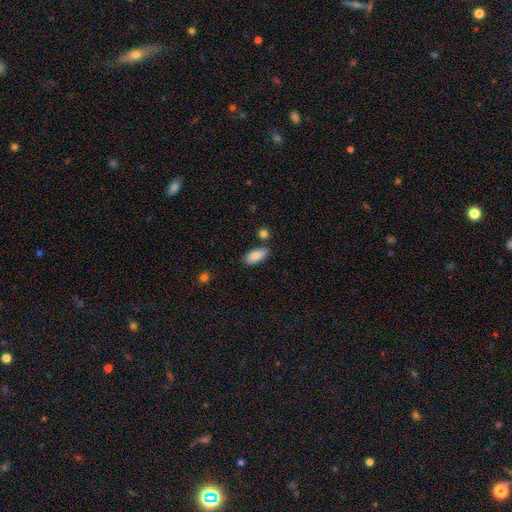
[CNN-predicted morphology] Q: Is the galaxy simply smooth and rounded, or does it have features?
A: smooth — 86%.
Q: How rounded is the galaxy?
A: in between — 84%.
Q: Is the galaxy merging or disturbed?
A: none — 74%.